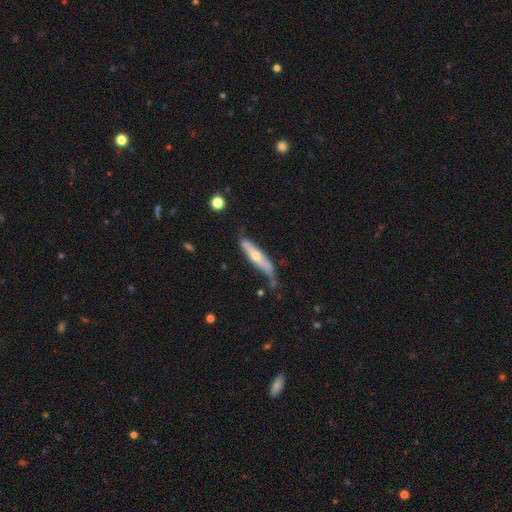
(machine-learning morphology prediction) The model was most divided on "smooth or featured": featured or disk: 55%, smooth: 39%, star or artifact: 6%. More confident: edge-on disk — yes (77%); merging — none (57%).